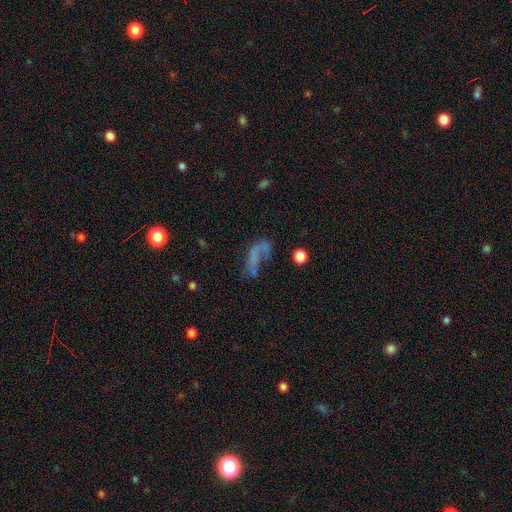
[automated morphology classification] The model was most divided on "smooth or featured": featured or disk: 42%, smooth: 38%, star or artifact: 20%. Remaining: merging — major disturbance (43%).